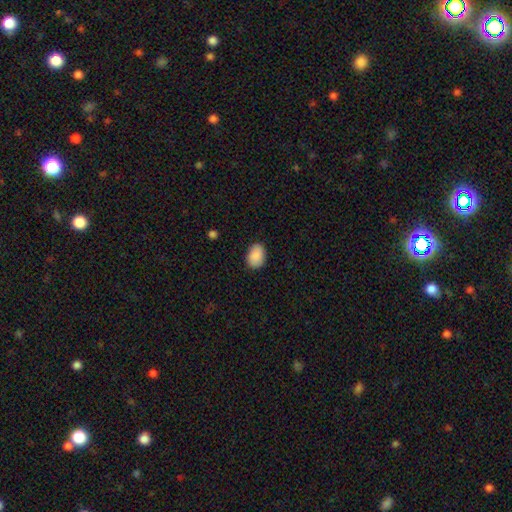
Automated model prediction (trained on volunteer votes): Smooth or featured? Predicted: smooth (p=0.90). How rounded? Predicted: in between (p=0.80). Merging? Predicted: none (p=0.85).